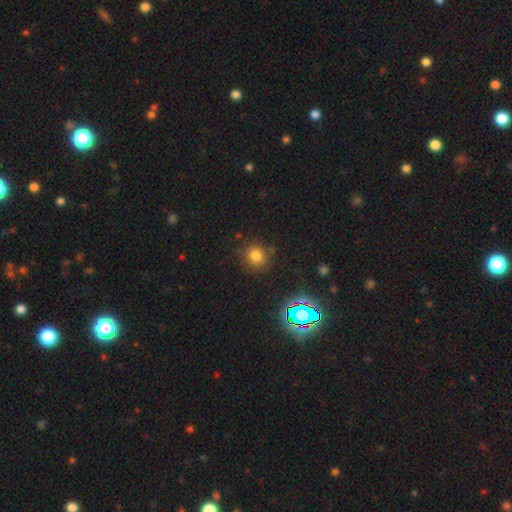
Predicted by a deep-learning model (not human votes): Smooth or featured: smooth — 73% (star or artifact — 21%)
How rounded: round — 87% (in between — 12%)
Merging: none — 82% (minor disturbance — 11%)